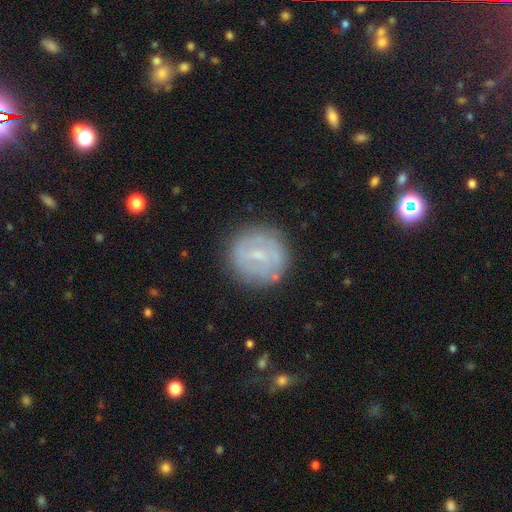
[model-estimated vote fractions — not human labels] Smooth or featured?
  - featured or disk: 54% *
  - smooth: 35%
  - star or artifact: 11%
Edge-on disk?
  - no: 94% *
  - yes: 6%
Bar?
  - weak: 47% *
  - strong: 32%
  - no: 21%
Spiral arms?
  - no: 52% *
  - yes: 48%
Bulge size?
  - small: 69% *
  - moderate: 19%
  - none: 10%
  - large: 1%
  - dominant: 1%
Merging?
  - none: 84% *
  - minor disturbance: 10%
  - major disturbance: 4%
  - merger: 1%